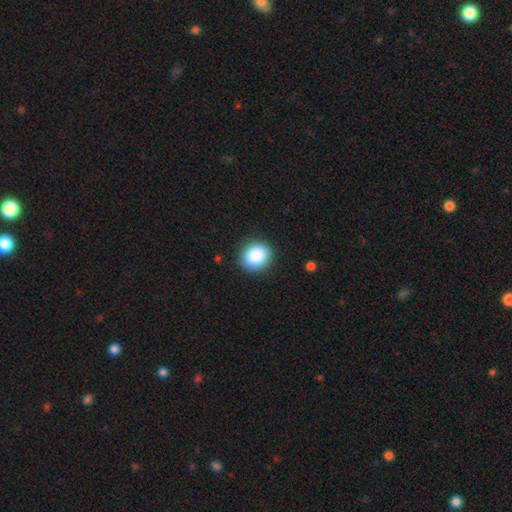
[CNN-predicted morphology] This is clearly a smooth galaxy (87%). How rounded: likely round (75%). Merging: clearly none (88%).